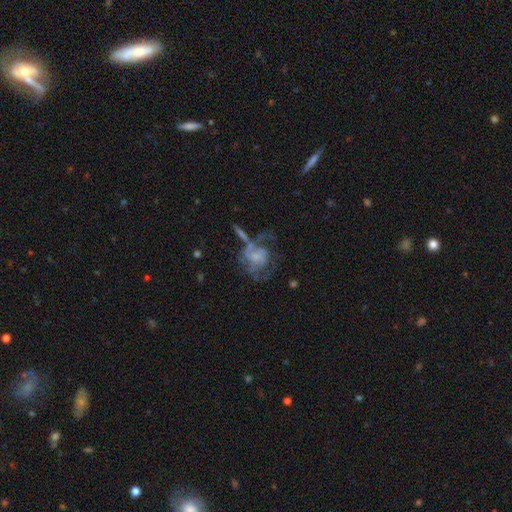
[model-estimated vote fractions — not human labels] Smooth or featured? featured or disk (61%)
Edge-on disk? no (97%)
Bar? no (73%)
Spiral arms? yes (60%)
Bulge size? small (38%)
Merging? major disturbance (38%)